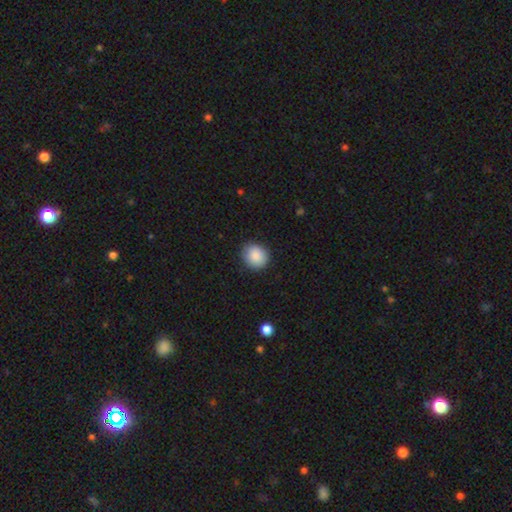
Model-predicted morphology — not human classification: A smooth galaxy with no disk features (89%) that is round (81%). Merging: none (88%).